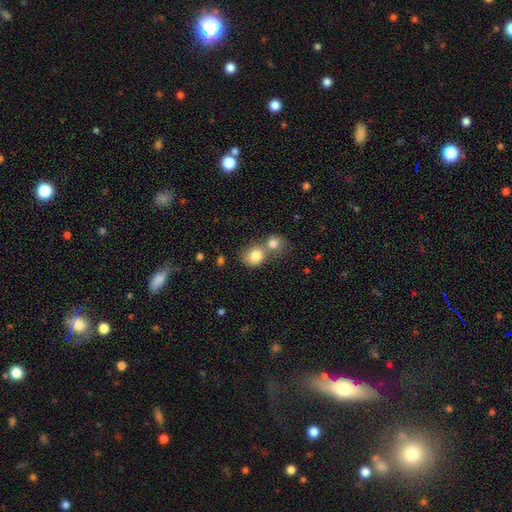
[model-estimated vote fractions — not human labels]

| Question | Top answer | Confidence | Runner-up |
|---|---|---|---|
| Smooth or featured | smooth | 82% | featured or disk (9%) |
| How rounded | round | 73% | in between (26%) |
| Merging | merger | 54% | none (36%) |